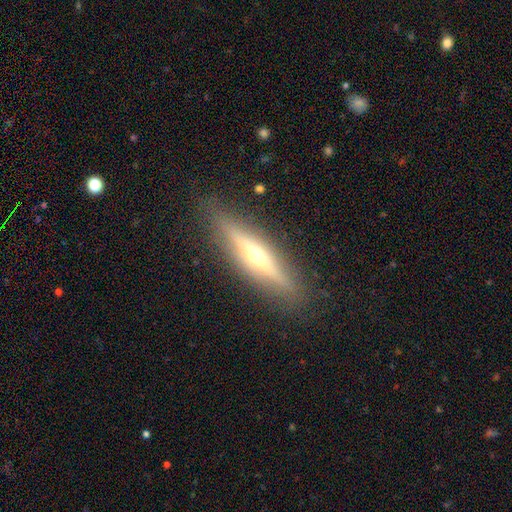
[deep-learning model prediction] This appears to be a featured or disk galaxy (64%) viewed edge-on (92%) with a rounded central bulge (90%). Merging: none (87%).